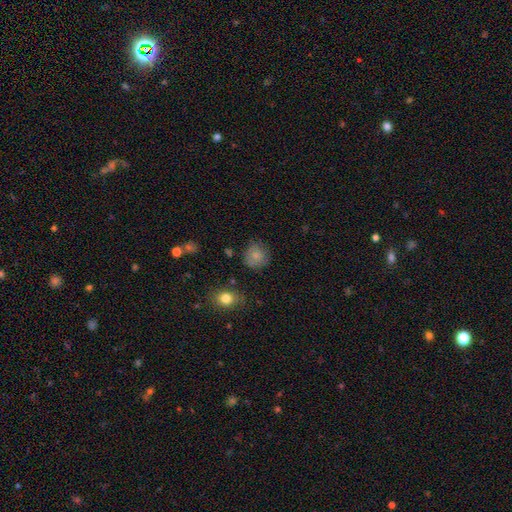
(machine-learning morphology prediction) This is likely a smooth galaxy (80%). How rounded: clearly round (87%). Merging: likely none (77%).